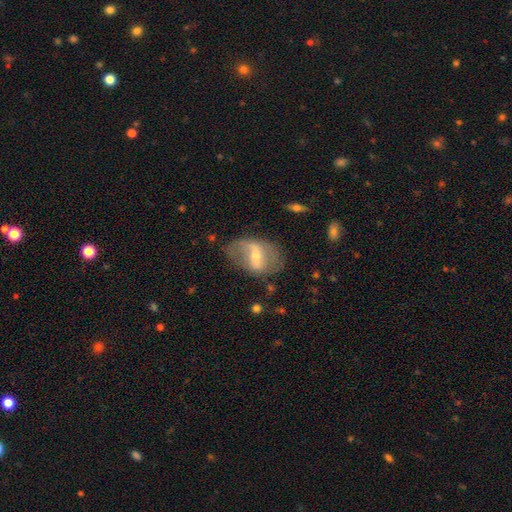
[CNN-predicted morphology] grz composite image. It shows a featured or disk galaxy (70%) with a strong bar (50%), spiral arms (65%) and a small central bulge (51%). Merging: none (57%).